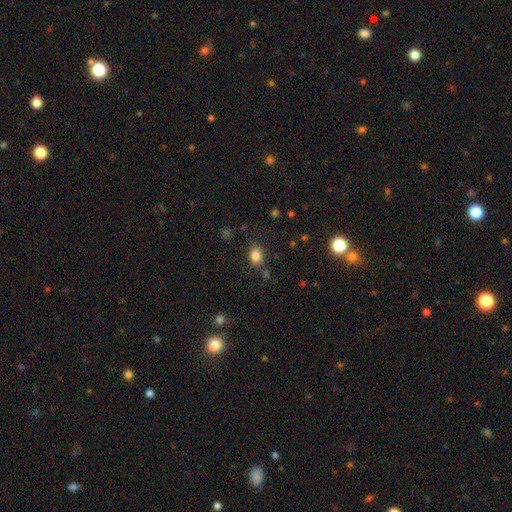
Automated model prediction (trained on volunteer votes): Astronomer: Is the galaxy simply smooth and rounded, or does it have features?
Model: smooth — 83%.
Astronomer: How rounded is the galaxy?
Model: in between — 65%.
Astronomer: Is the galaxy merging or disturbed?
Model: none — 81%.